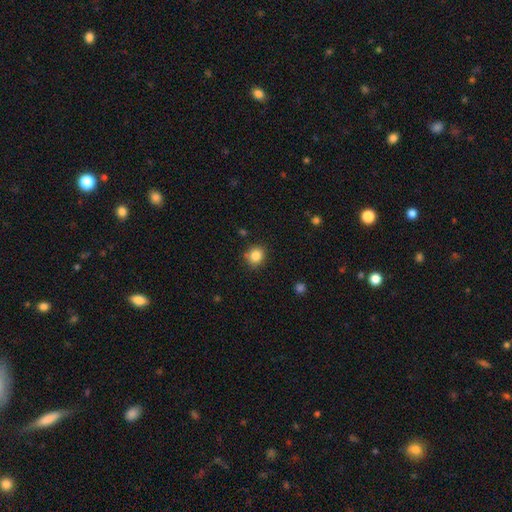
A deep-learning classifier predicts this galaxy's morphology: type=smooth (85%); roundness=round (79%); merging=none (83%).